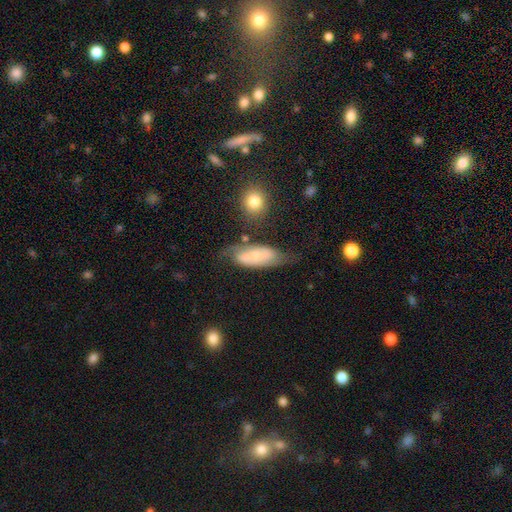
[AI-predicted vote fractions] smooth_or_featured: featured or disk (p=0.61) [alt: smooth p=0.32]
disk_edge_on: no (p=0.87) [alt: yes p=0.13]
bar: no (p=0.57) [alt: weak p=0.31]
has_spiral_arms: yes (p=0.81) [alt: no p=0.19]
bulge_size: small (p=0.51) [alt: moderate p=0.42]
merging: none (p=0.57) [alt: minor disturbance p=0.25]